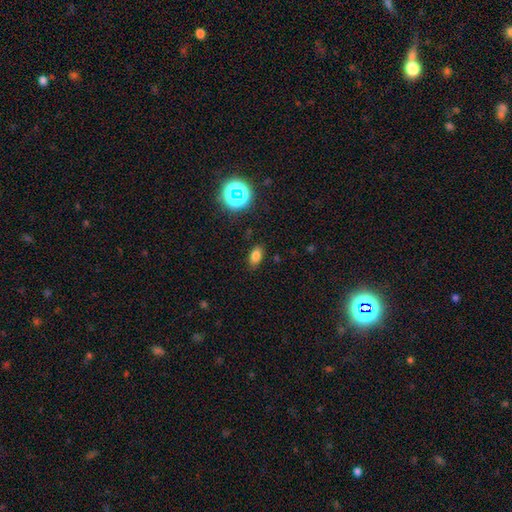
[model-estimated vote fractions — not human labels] Smooth or featured: smooth — 76% (star or artifact — 16%)
How rounded: in between — 87% (round — 10%)
Merging: none — 85% (minor disturbance — 10%)